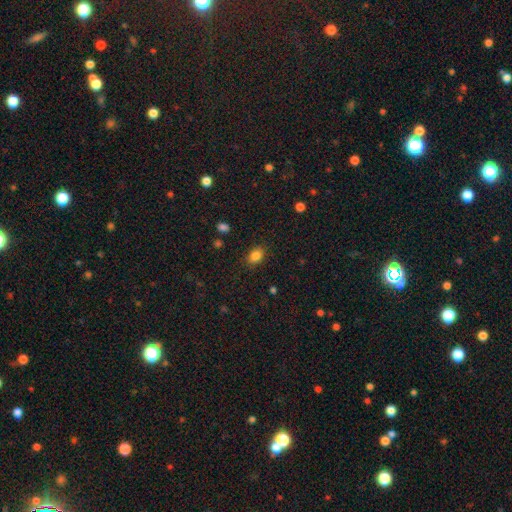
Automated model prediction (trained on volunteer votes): Smooth or featured: smooth — 85% (star or artifact — 10%)
How rounded: in between — 72% (round — 27%)
Merging: none — 86% (minor disturbance — 10%)